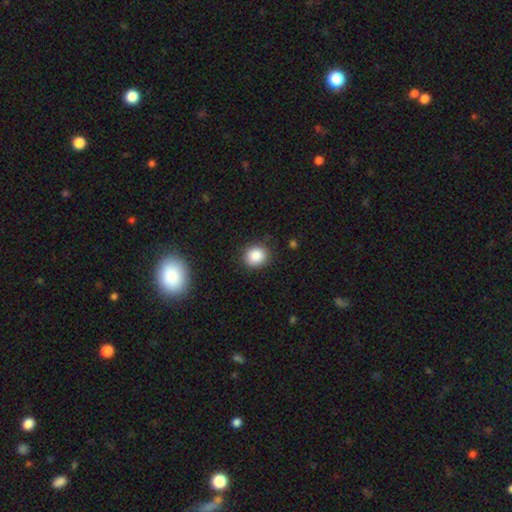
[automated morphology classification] Smooth or featured? Predicted: smooth (p=0.87). How rounded? Predicted: round (p=0.80). Merging? Predicted: none (p=0.85).